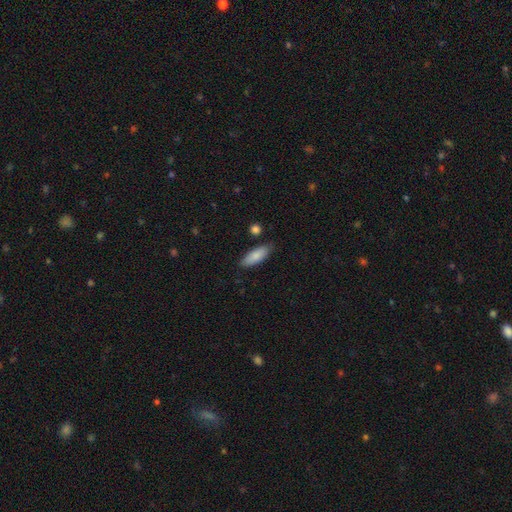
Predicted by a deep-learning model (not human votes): The model was most divided on "how rounded": in between: 70%, cigar-shaped: 28%, round: 2%. More confident: smooth or featured — smooth (83%); merging — none (81%).